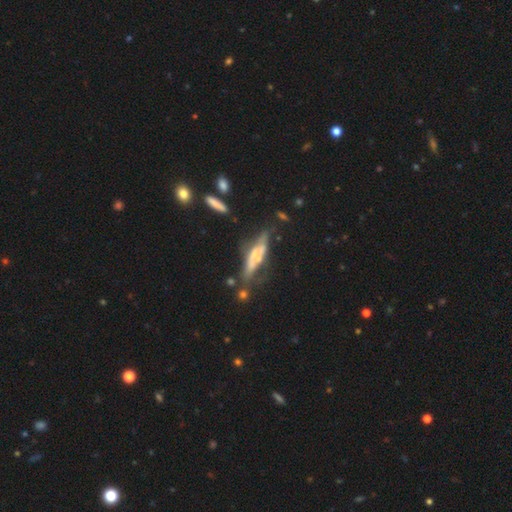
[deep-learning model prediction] This appears to be a featured or disk galaxy (63%) viewed edge-on (70%). Merging: none (47%).